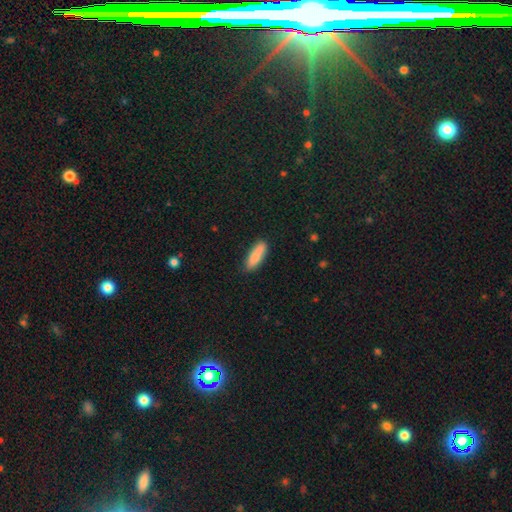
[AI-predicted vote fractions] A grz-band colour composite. It shows a smooth galaxy with no disk features (84%) that is cigar-shaped (52%). Merging: none (81%).